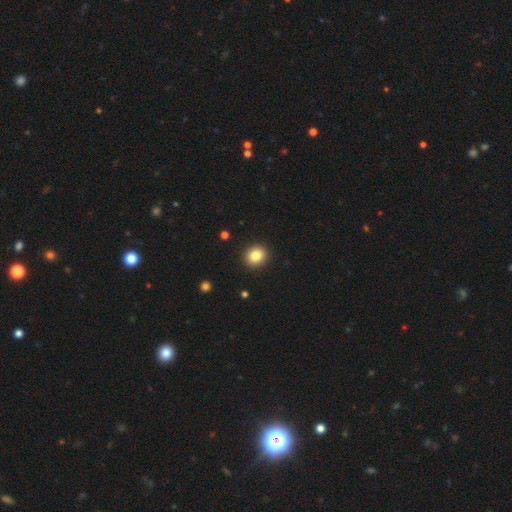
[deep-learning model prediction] smooth-or-featured: smooth: 83% | star or artifact: 10% | featured or disk: 6%
  how-rounded: round: 76% | in between: 24% | cigar-shaped: 1%
  merging: none: 92% | minor disturbance: 5% | major disturbance: 2% | merger: 1%